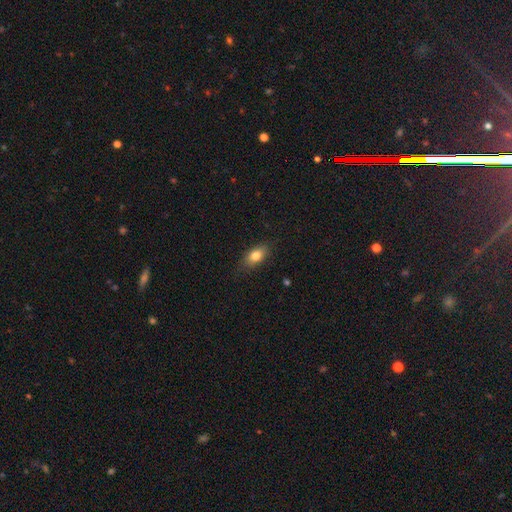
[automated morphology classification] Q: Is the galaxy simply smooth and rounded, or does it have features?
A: smooth — 80%.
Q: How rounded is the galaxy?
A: in between — 86%.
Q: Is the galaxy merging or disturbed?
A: none — 81%.